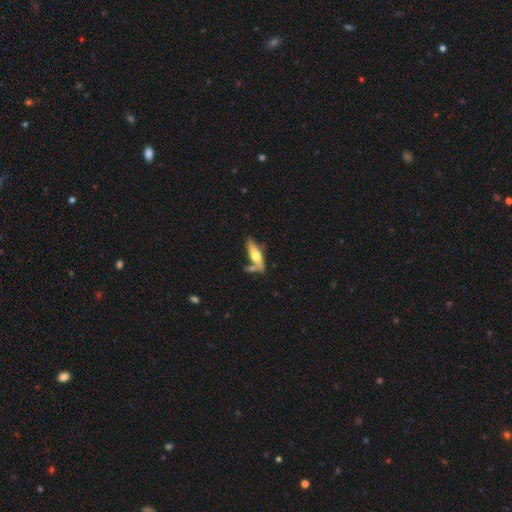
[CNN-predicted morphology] A featured or disk galaxy (48%).

Vote fractions:
- Smooth or featured? featured or disk: 48% / smooth: 47% / star or artifact: 5%
- Merging? none: 59% / merger: 19% / minor disturbance: 17% / major disturbance: 5%